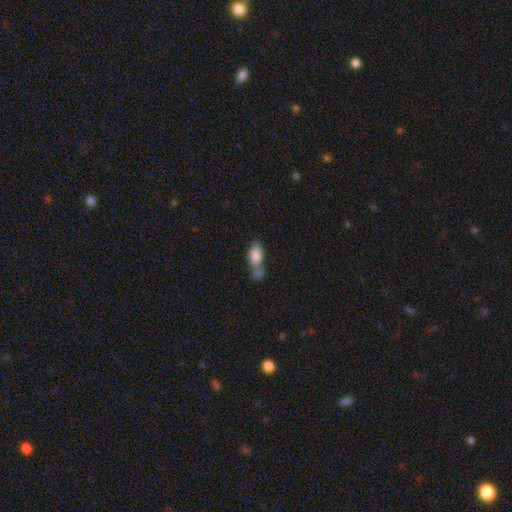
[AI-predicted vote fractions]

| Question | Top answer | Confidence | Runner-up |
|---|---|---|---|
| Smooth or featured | smooth | 81% | featured or disk (11%) |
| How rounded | in between | 83% | cigar-shaped (11%) |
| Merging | merger | 50% | none (26%) |